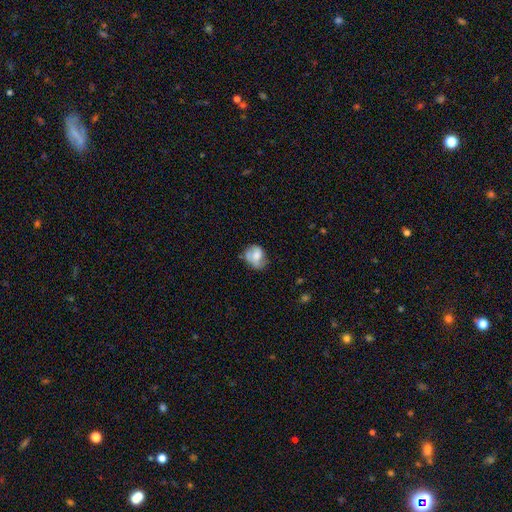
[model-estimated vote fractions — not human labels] This appears to be a smooth galaxy with no disk features (57%) that is round (57%). Merging: none (44%).